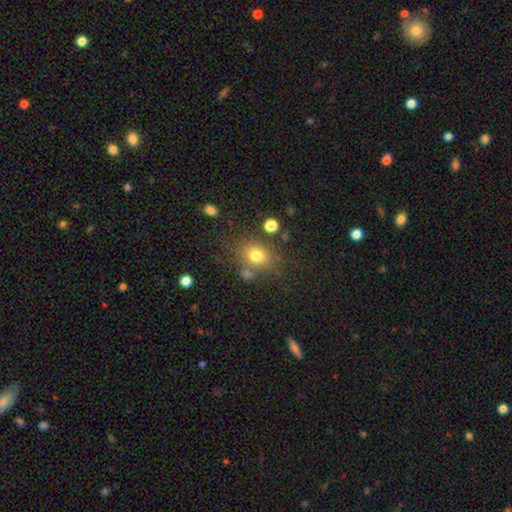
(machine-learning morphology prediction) Smooth or featured: smooth — 75% (star or artifact — 14%)
How rounded: round — 51% (in between — 48%)
Merging: none — 66% (minor disturbance — 15%)